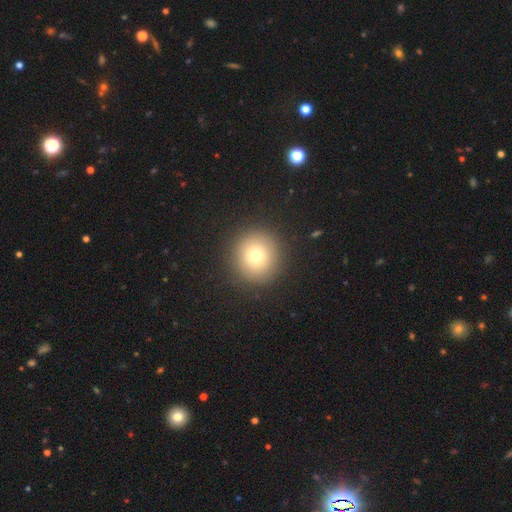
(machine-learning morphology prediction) smooth_or_featured: smooth (p=0.77) [alt: star or artifact p=0.12]
how_rounded: round (p=0.92) [alt: in between p=0.07]
merging: none (p=0.91) [alt: minor disturbance p=0.05]